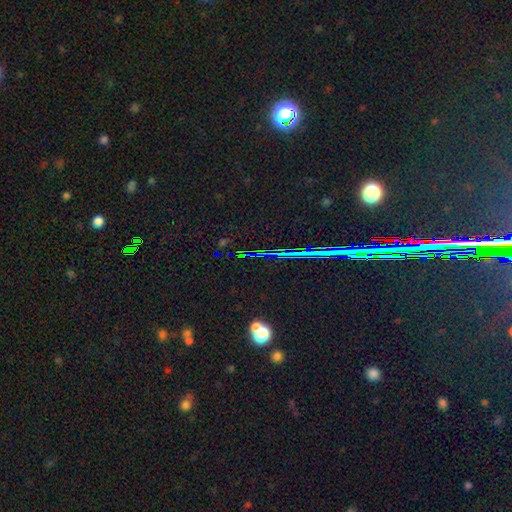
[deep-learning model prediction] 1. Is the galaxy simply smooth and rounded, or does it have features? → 79% star or artifact, 12% smooth, 9% featured or disk.